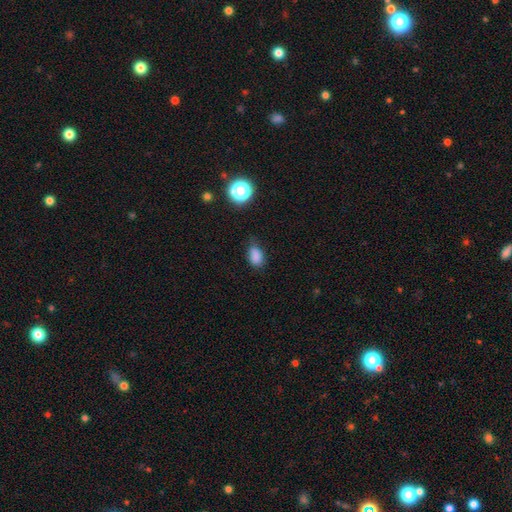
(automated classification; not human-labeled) The model was most divided on "merging": none: 57%, minor disturbance: 33%, major disturbance: 8%, merger: 3%. More confident: smooth or featured — smooth (81%); how rounded — in between (81%).